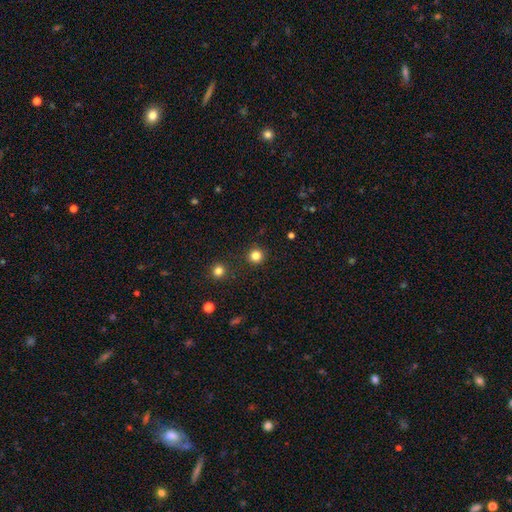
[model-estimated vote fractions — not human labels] smooth 82%, star or artifact 14%, featured or disk 4%. Down the decision tree: how rounded — round (95%); merging — none (91%).